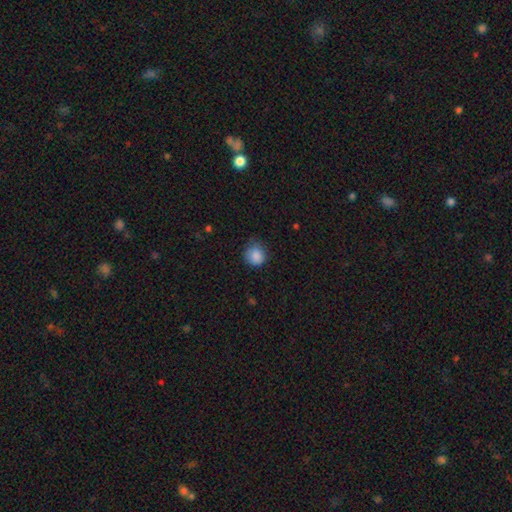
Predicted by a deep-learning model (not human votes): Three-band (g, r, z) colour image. It shows a smooth galaxy with no disk features (87%) that is round (83%). Merging: none (67%).